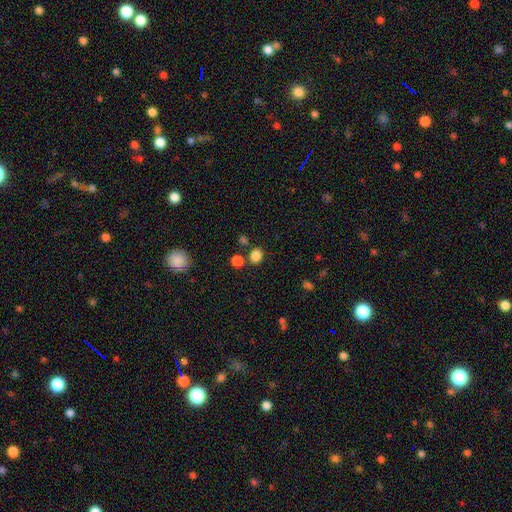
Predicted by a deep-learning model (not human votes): The model was most divided on "how rounded": round: 66%, in between: 33%, cigar-shaped: 1%. More confident: smooth or featured — smooth (83%); merging — none (75%).